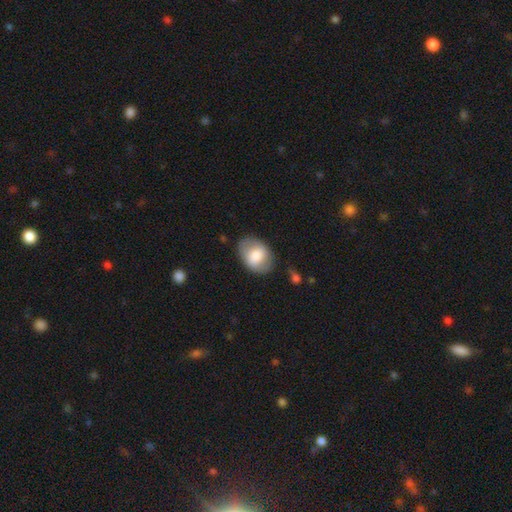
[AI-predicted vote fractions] smooth 72%, featured or disk 22%, star or artifact 6%. Down the decision tree: how rounded — in between (78%); merging — none (77%).